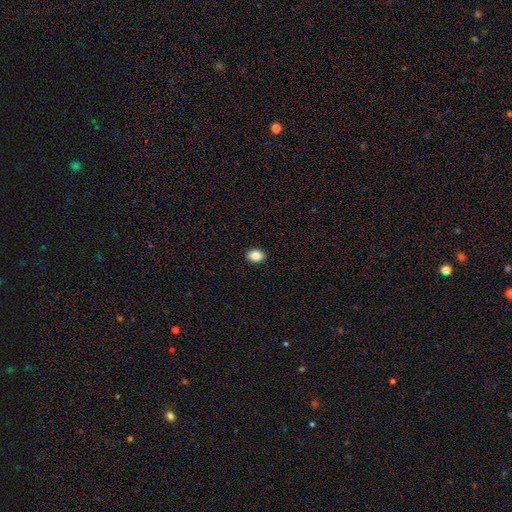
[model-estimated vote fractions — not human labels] smooth_or_featured: smooth (p=0.87) [alt: star or artifact p=0.09]
how_rounded: in between (p=0.63) [alt: round p=0.36]
merging: none (p=0.91) [alt: minor disturbance p=0.06]